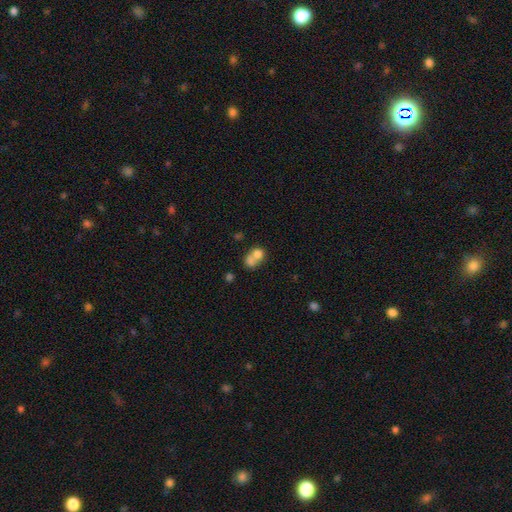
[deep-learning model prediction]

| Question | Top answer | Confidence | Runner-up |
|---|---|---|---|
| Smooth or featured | smooth | 73% | featured or disk (17%) |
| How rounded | round | 65% | in between (34%) |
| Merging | merger | 64% | none (25%) |